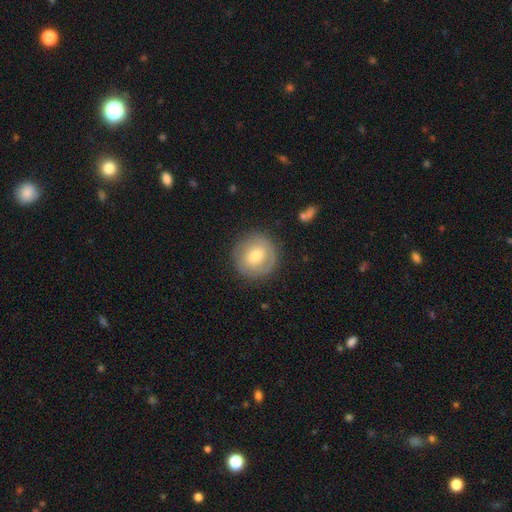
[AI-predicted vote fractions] Overall: smooth (50%; featured or disk 42%). How rounded: round (92%). Merging: none (83%).